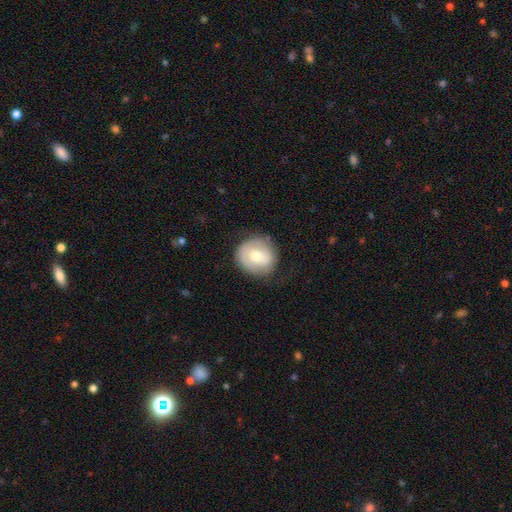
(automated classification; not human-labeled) smooth 55%, featured or disk 38%, star or artifact 7%. Down the decision tree: how rounded — round (89%); merging — none (75%).